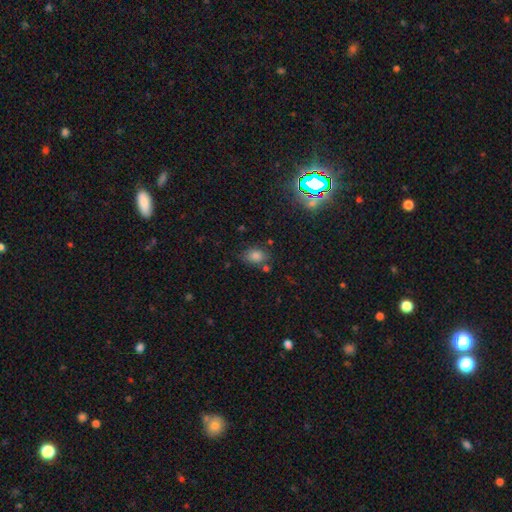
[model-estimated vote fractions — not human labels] Smooth or featured? Predicted: smooth (p=0.73). How rounded? Predicted: in between (p=0.70). Merging? Predicted: none (p=0.72).